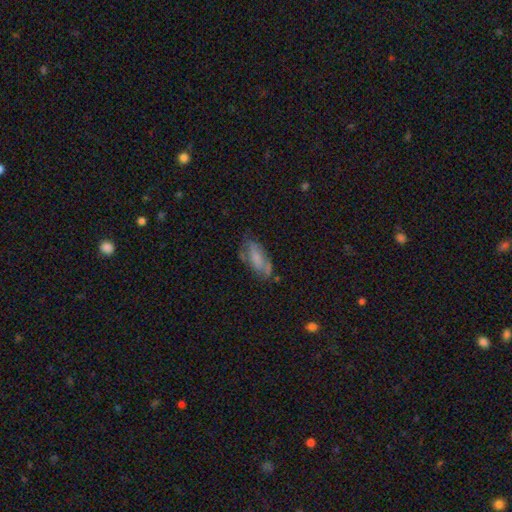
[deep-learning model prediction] A smooth galaxy with no disk features (52%) that is in between round and cigar-shaped (77%).

Vote fractions:
- Smooth or featured? smooth: 52% / featured or disk: 38% / star or artifact: 10%
- How rounded? in between: 77% / cigar-shaped: 20% / round: 3%
- Merging? none: 61% / minor disturbance: 25% / major disturbance: 11% / merger: 4%